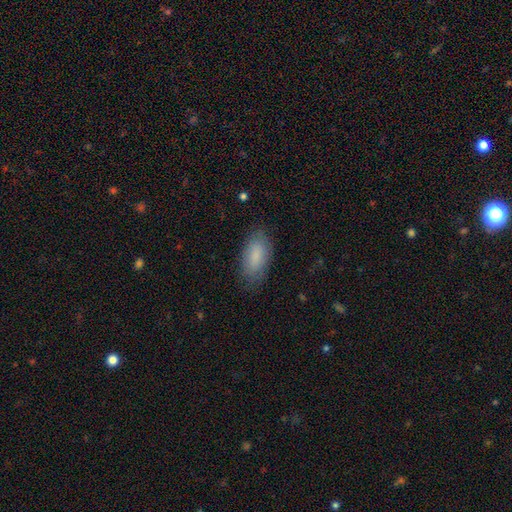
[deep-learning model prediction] smooth 85%, featured or disk 8%, star or artifact 6%. Down the decision tree: how rounded — in between (91%); merging — none (82%).